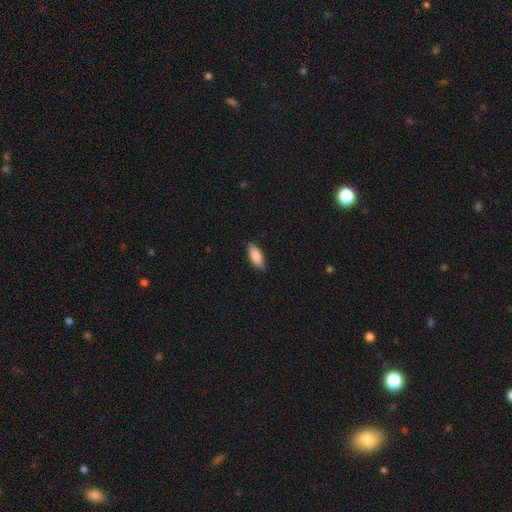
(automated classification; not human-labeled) A smooth galaxy with no disk features (86%) that is in between round and cigar-shaped (80%).

Vote fractions:
- Smooth or featured? smooth: 86% / featured or disk: 9% / star or artifact: 6%
- How rounded? in between: 80% / cigar-shaped: 18% / round: 2%
- Merging? none: 89% / minor disturbance: 9% / major disturbance: 2% / merger: 1%